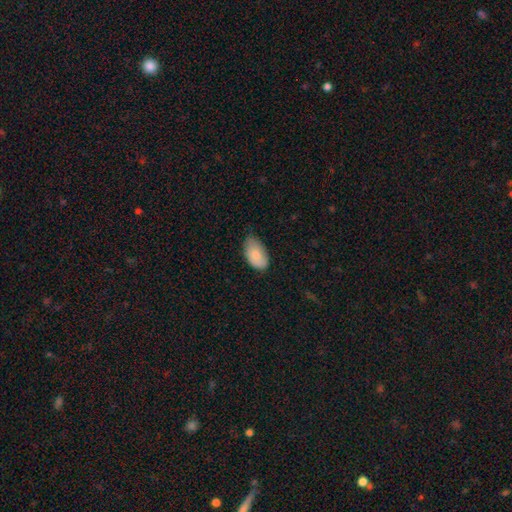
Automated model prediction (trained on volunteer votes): Overall: smooth (82%). How rounded: in between (94%). Merging: none (65%; minor disturbance 30%).